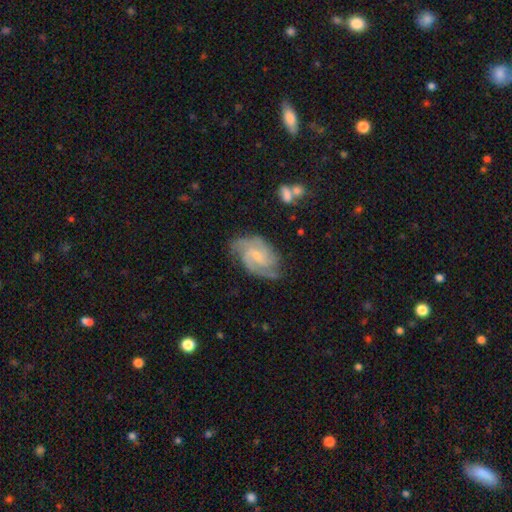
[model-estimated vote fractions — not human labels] Smooth or featured: featured or disk — 88% (smooth — 8%)
Edge-on disk: no — 98% (yes — 2%)
Bar: weak — 50% (no — 40%)
Spiral arms: yes — 98% (no — 2%)
Spiral winding: medium — 47% (tight — 42%)
Spiral arm count: 2 — 53% (3 — 28%)
Bulge size: small — 68% (moderate — 25%)
Merging: none — 72% (minor disturbance — 20%)